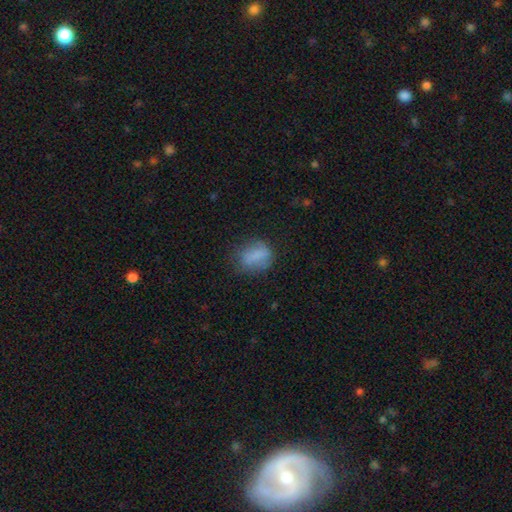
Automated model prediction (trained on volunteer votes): Smooth or featured? Predicted: smooth (p=0.77). How rounded? Predicted: in between (p=0.64). Merging? Predicted: none (p=0.64).